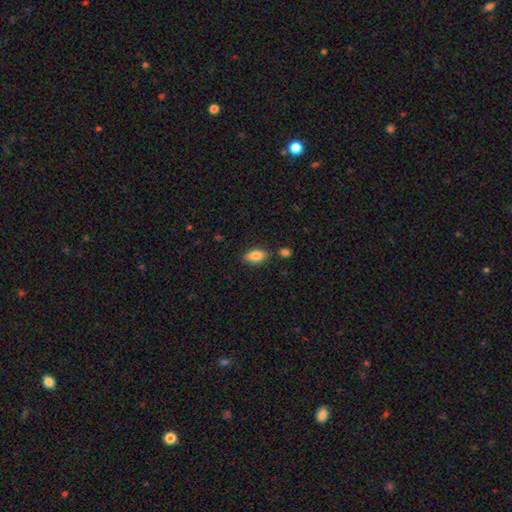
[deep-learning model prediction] smooth-or-featured: smooth: 83% | featured or disk: 10% | star or artifact: 7%
  how-rounded: in between: 87% | cigar-shaped: 9% | round: 4%
  merging: none: 83% | minor disturbance: 11% | merger: 4% | major disturbance: 2%